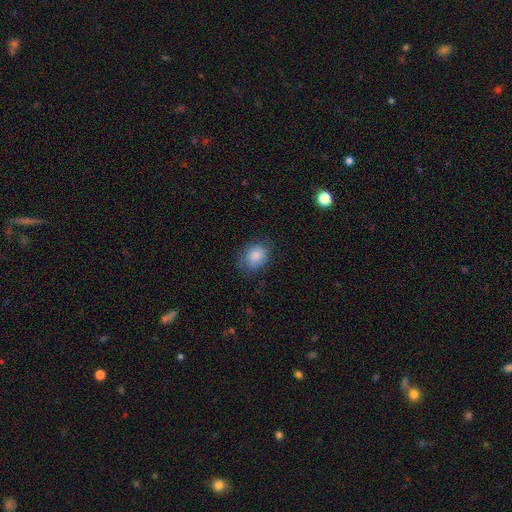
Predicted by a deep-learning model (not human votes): Q: Smooth or featured?
A: smooth (85%); runner-up: star or artifact (8%)
Q: How rounded?
A: in between (50%); runner-up: round (49%)
Q: Merging?
A: none (71%); runner-up: minor disturbance (21%)